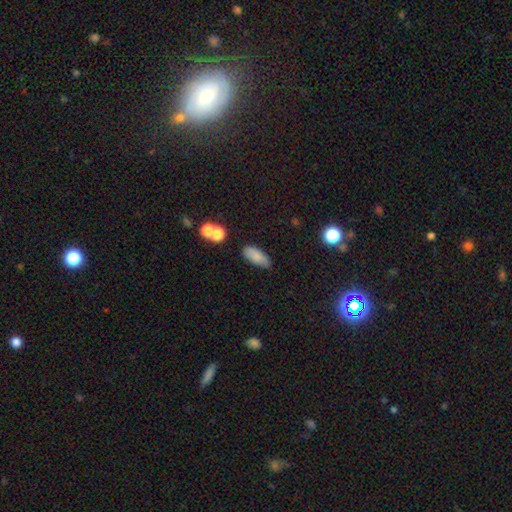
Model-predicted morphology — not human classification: Smooth or featured? Predicted: smooth (p=0.81). How rounded? Predicted: in between (p=0.81). Merging? Predicted: none (p=0.69).